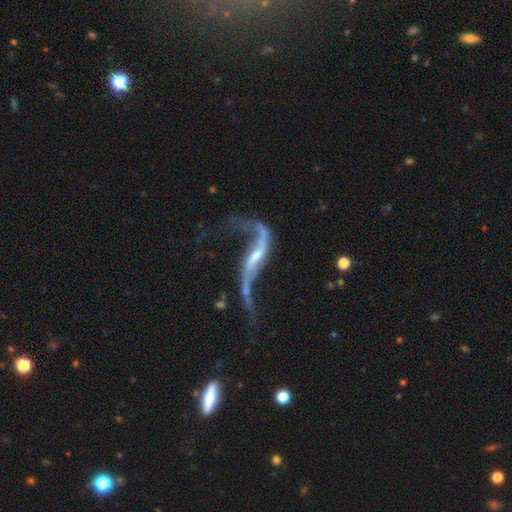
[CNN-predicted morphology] Smooth or featured: featured or disk — 88% (star or artifact — 7%)
Edge-on disk: no — 87% (yes — 13%)
Bar: strong — 36% (weak — 35%)
Spiral arms: yes — 93% (no — 7%)
Spiral winding: loose — 94% (medium — 5%)
Spiral arm count: 2 — 89% (1 — 5%)
Bulge size: small — 59% (moderate — 26%)
Merging: none — 44% (major disturbance — 29%)